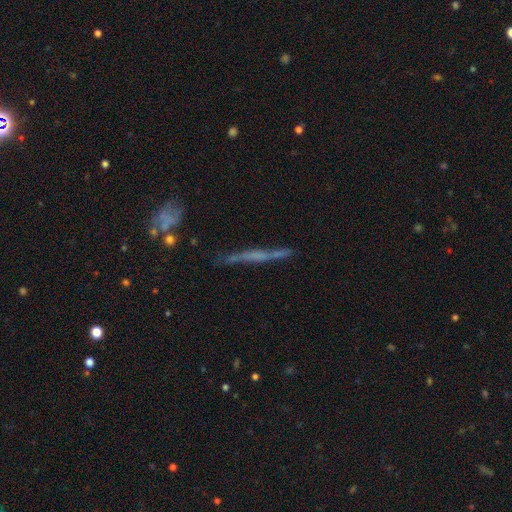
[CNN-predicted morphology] The model was most divided on "smooth or featured": featured or disk: 59%, smooth: 30%, star or artifact: 11%. More confident: edge-on disk — yes (90%); merging — none (74%); edge-on bulge — none (67%).